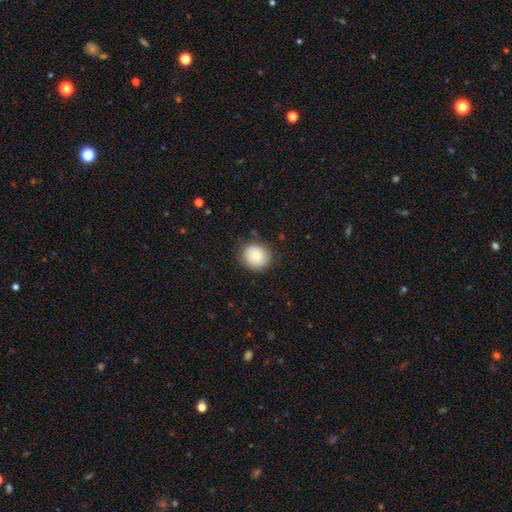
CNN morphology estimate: A smooth galaxy with no disk features (77%) that is round (82%).

Vote fractions:
- Smooth or featured? smooth: 77% / featured or disk: 15% / star or artifact: 8%
- How rounded? round: 82% / in between: 17% / cigar-shaped: 1%
- Merging? none: 83% / minor disturbance: 12% / major disturbance: 3% / merger: 1%